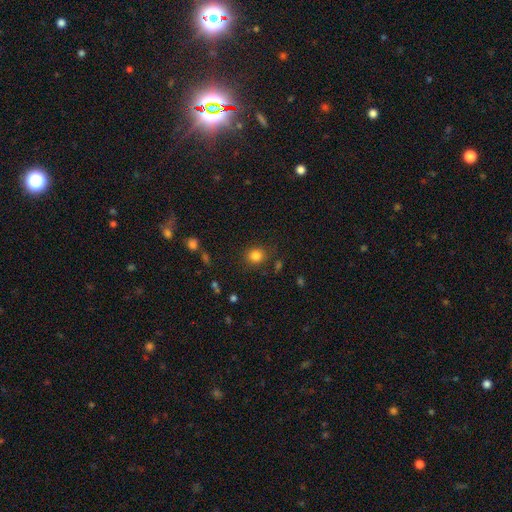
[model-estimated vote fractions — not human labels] The model was most divided on "how rounded": round: 80%, in between: 19%, cigar-shaped: 1%. More confident: merging — none (84%); smooth or featured — smooth (83%).